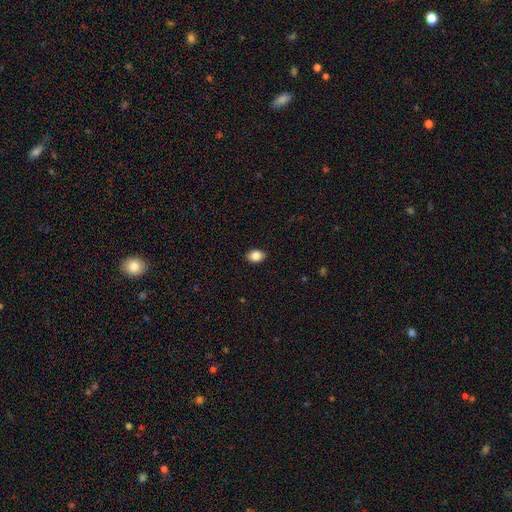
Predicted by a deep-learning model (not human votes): This appears to be a smooth galaxy with no disk features (85%) that is in between round and cigar-shaped (76%). Merging: none (88%).